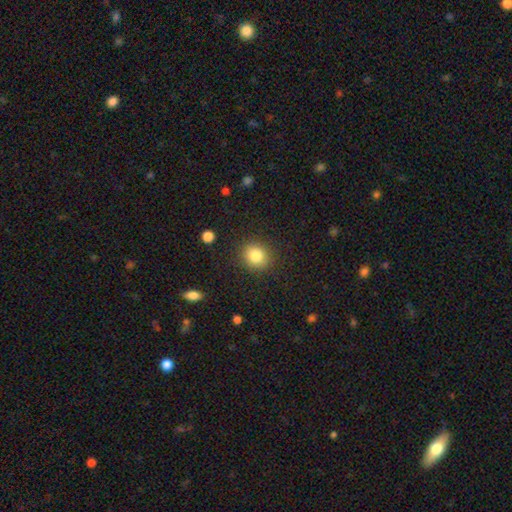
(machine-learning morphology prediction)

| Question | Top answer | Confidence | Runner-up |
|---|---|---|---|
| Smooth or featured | smooth | 83% | star or artifact (10%) |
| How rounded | round | 80% | in between (19%) |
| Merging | none | 88% | minor disturbance (8%) |